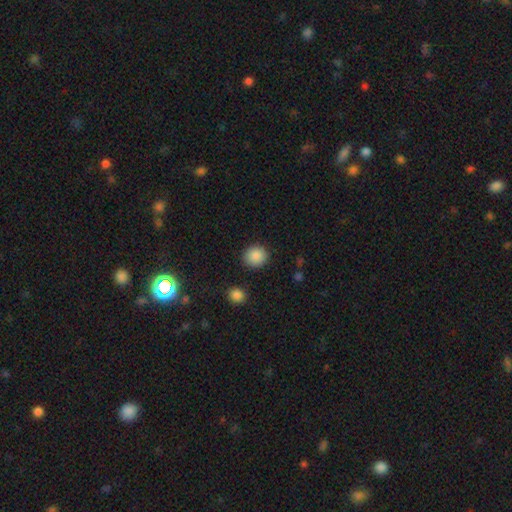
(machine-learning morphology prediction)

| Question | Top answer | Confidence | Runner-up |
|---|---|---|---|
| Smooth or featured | smooth | 88% | star or artifact (8%) |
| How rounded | round | 85% | in between (14%) |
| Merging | none | 89% | minor disturbance (7%) |